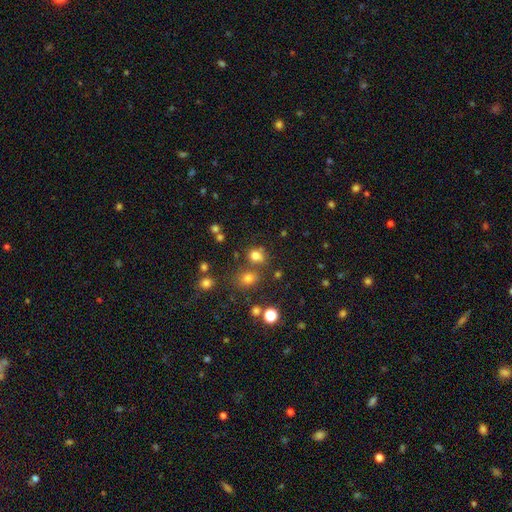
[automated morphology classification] Overall: smooth (73%). How rounded: round (68%; in between 31%). Merging: none (61%; merger 22%).